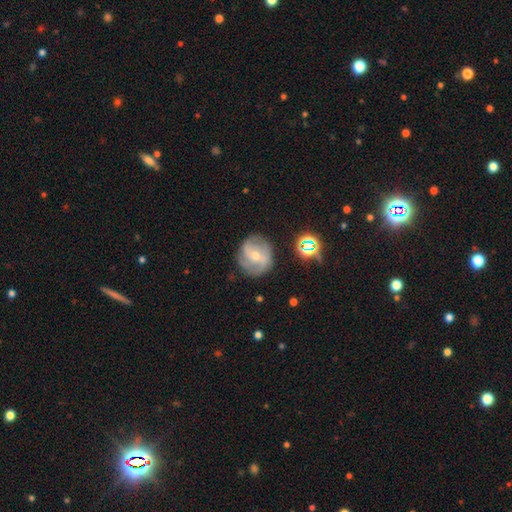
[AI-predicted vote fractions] Smooth or featured?
  - featured or disk: 74% *
  - smooth: 18%
  - star or artifact: 8%
Edge-on disk?
  - no: 97% *
  - yes: 3%
Bar?
  - no: 50% *
  - weak: 37%
  - strong: 13%
Spiral arms?
  - yes: 91% *
  - no: 9%
Spiral winding?
  - medium: 45% *
  - tight: 35%
  - loose: 20%
Spiral arm count?
  - 3: 32% * (tied)
  - 2: 32% * (tied)
  - can't tell: 20%
  - 4: 7%
  - 1: 4%
  - more than 4: 4%
Bulge size?
  - small: 53% *
  - moderate: 44%
  - large: 1%
  - none: 1%
  - dominant: 1%
Merging?
  - none: 74% *
  - minor disturbance: 17%
  - major disturbance: 7%
  - merger: 2%